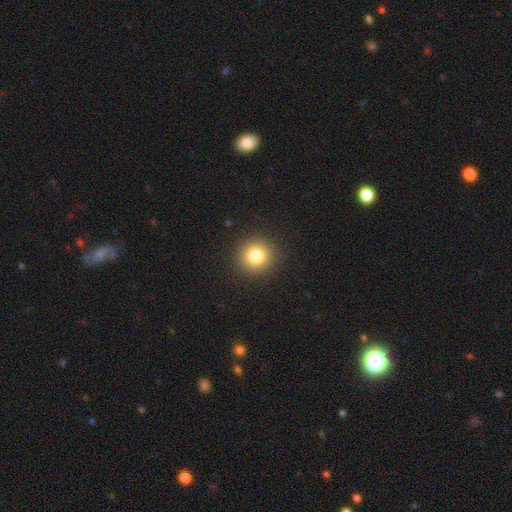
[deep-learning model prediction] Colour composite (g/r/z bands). It shows a smooth galaxy with no disk features (81%) that is round (93%). Merging: none (91%).